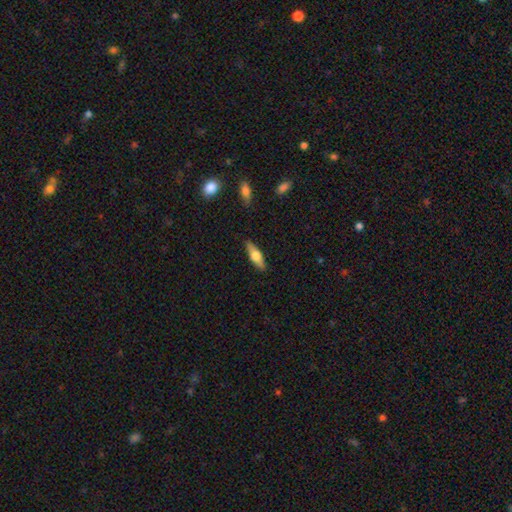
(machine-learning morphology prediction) smooth_or_featured: smooth (p=0.52) [alt: featured or disk p=0.42]
how_rounded: cigar-shaped (p=0.51) [alt: in between p=0.47]
merging: none (p=0.88) [alt: minor disturbance p=0.09]